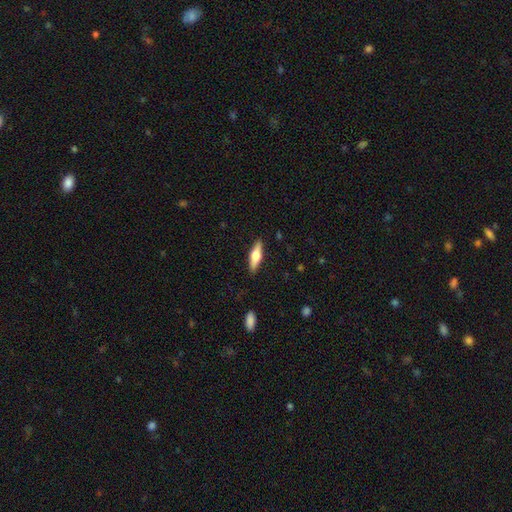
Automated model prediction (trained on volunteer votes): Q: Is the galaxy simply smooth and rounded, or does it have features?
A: featured or disk — 51%.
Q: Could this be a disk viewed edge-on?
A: yes — 94%.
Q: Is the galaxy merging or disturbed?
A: none — 89%.